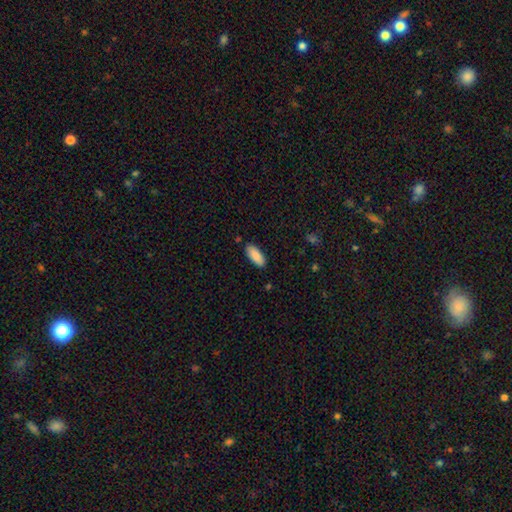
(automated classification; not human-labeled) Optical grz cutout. It shows a smooth galaxy with no disk features (89%) that is in between round and cigar-shaped (82%). Merging: none (87%).